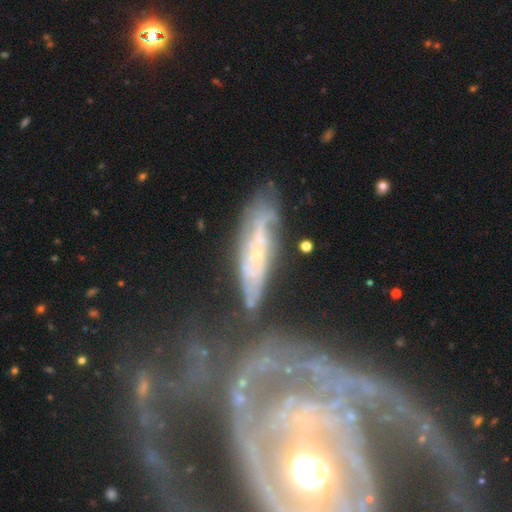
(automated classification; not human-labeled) Smooth or featured: featured or disk — 74% (smooth — 18%)
Edge-on disk: no — 73% (yes — 27%)
Bar: no — 63% (weak — 27%)
Spiral arms: yes — 79% (no — 21%)
Bulge size: small — 73% (moderate — 20%)
Merging: none — 51% (minor disturbance — 21%)